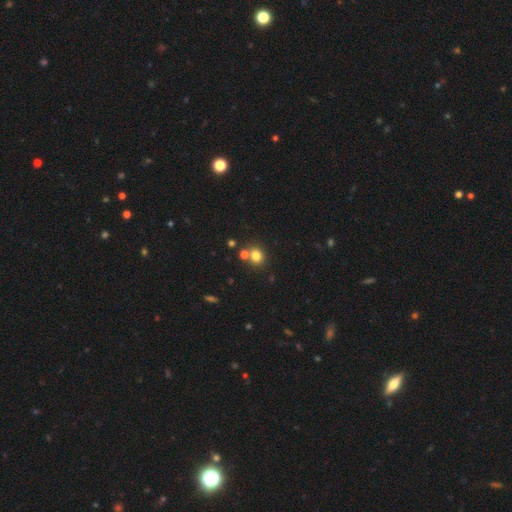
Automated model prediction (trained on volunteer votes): A smooth galaxy with no disk features (79%) that is round (77%). Merging: none (65%).